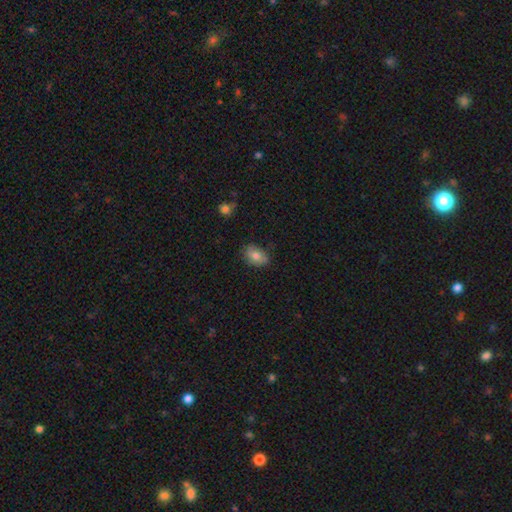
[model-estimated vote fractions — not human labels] A smooth galaxy with no disk features (78%) that is in between round and cigar-shaped (81%). Merging: none (77%).